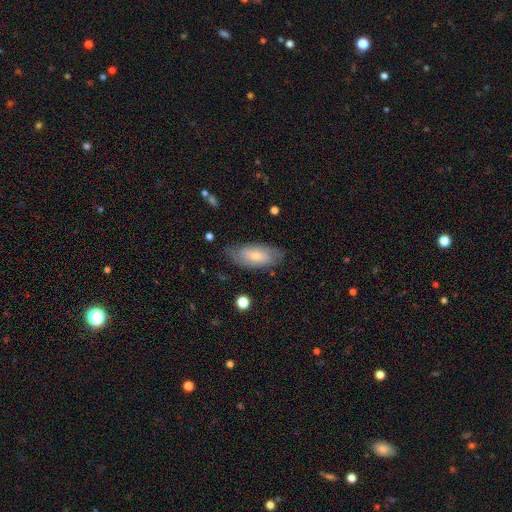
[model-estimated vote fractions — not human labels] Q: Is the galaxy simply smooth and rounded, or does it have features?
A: smooth — 50%.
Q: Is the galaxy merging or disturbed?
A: none — 73%.